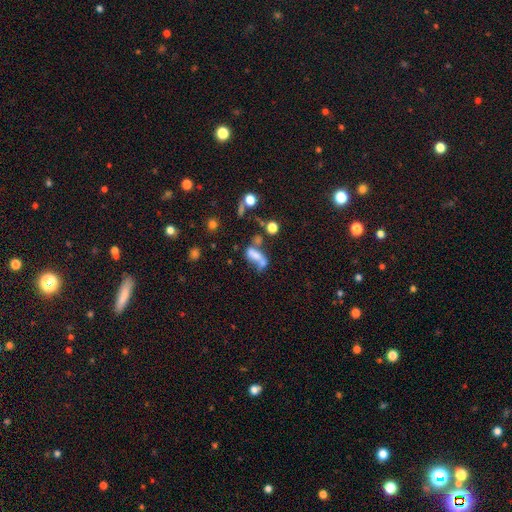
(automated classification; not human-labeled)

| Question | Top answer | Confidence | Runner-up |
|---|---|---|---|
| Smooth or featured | smooth | 53% | featured or disk (31%) |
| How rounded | in between | 75% | cigar-shaped (12%) |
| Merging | merger | 49% | none (20%) |